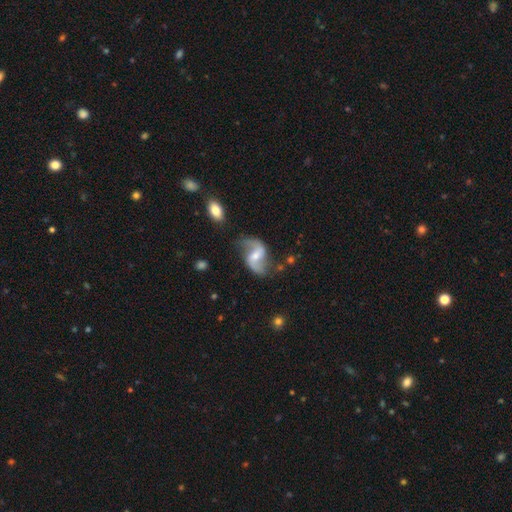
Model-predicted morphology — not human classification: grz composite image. It shows a featured or disk galaxy (86%) with a weak bar (48%), 2 (93%) loose (74%) spiral arms (95%) and a moderate central bulge (46%). Merging: none (70%).